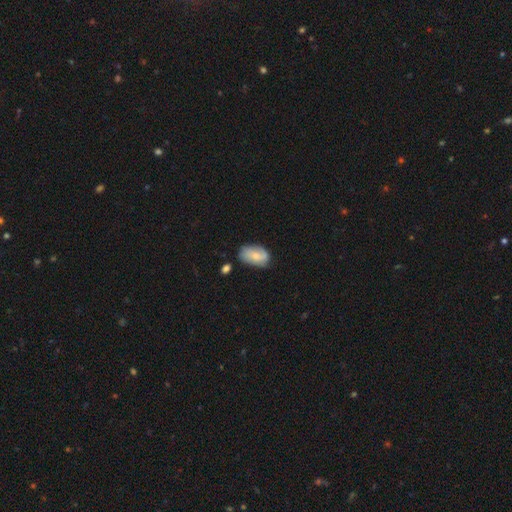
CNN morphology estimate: smooth-or-featured: smooth: 67% | featured or disk: 26% | star or artifact: 7%
  how-rounded: in between: 92% | round: 7% | cigar-shaped: 2%
  merging: none: 60% | minor disturbance: 28% | major disturbance: 6% | merger: 6%